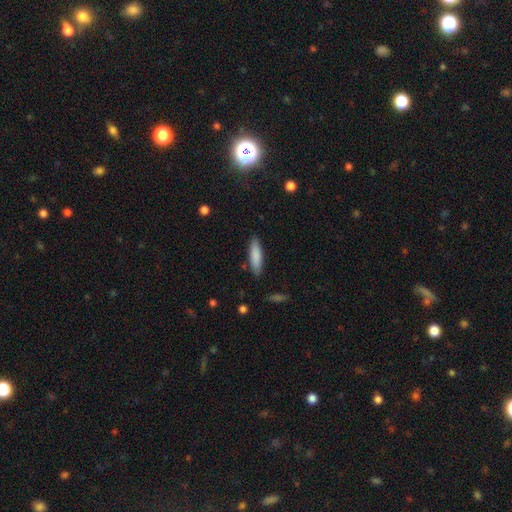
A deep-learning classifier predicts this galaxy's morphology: A smooth galaxy with no disk features (85%) that is cigar-shaped (62%).

Vote fractions:
- Smooth or featured? smooth: 85% / featured or disk: 10% / star or artifact: 6%
- How rounded? cigar-shaped: 62% / in between: 37% / round: 1%
- Merging? none: 86% / minor disturbance: 10% / major disturbance: 2% / merger: 2%